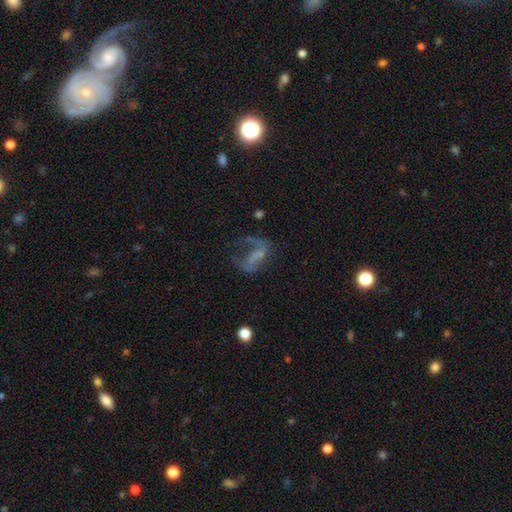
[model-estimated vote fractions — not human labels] Smooth or featured?
  - featured or disk: 57% *
  - smooth: 25%
  - star or artifact: 18%
Edge-on disk?
  - no: 95% *
  - yes: 5%
Bar?
  - no: 55% *
  - weak: 28%
  - strong: 18%
Spiral arms?
  - yes: 50% * (tied)
  - no: 50% * (tied)
Bulge size?
  - none: 66% *
  - small: 22%
  - moderate: 8%
  - large: 3%
  - dominant: 1%
Merging?
  - major disturbance: 50% *
  - none: 29%
  - minor disturbance: 15%
  - merger: 5%